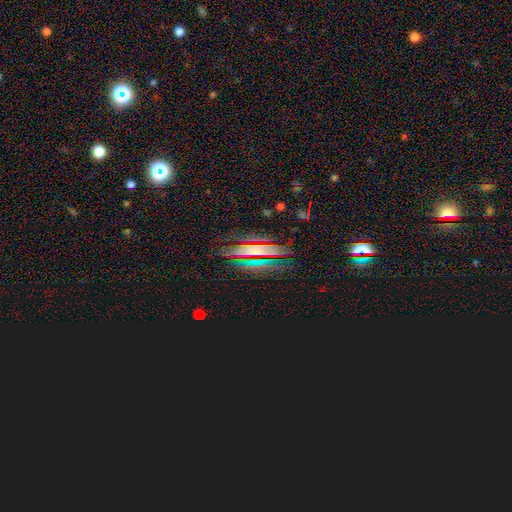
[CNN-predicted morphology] This is possibly a star or artifact rather than a galaxy (46%).